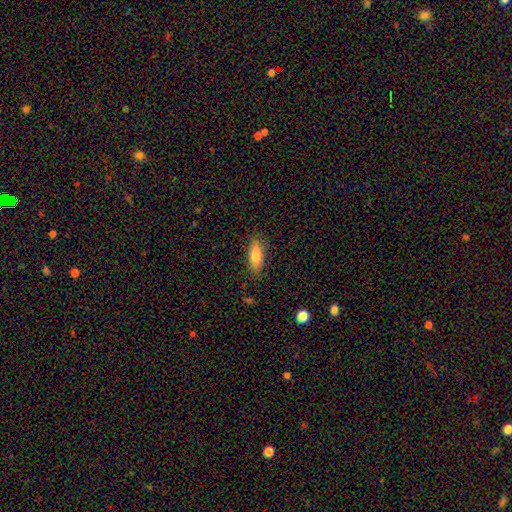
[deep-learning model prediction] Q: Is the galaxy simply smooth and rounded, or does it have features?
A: smooth — 79%.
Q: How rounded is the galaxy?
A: in between — 67%.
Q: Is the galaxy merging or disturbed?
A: none — 83%.